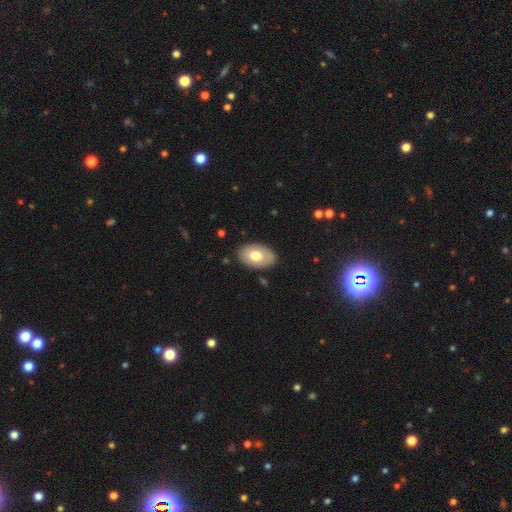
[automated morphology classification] smooth 66%, featured or disk 28%, star or artifact 6%. Down the decision tree: how rounded — in between (90%); merging — none (85%).